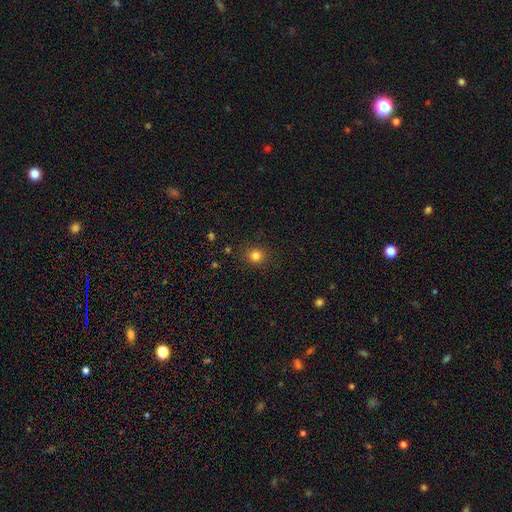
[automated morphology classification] smooth-or-featured: smooth: 82% | star or artifact: 13% | featured or disk: 5%
  how-rounded: round: 87% | in between: 12% | cigar-shaped: 1%
  merging: none: 89% | minor disturbance: 7% | major disturbance: 2% | merger: 1%